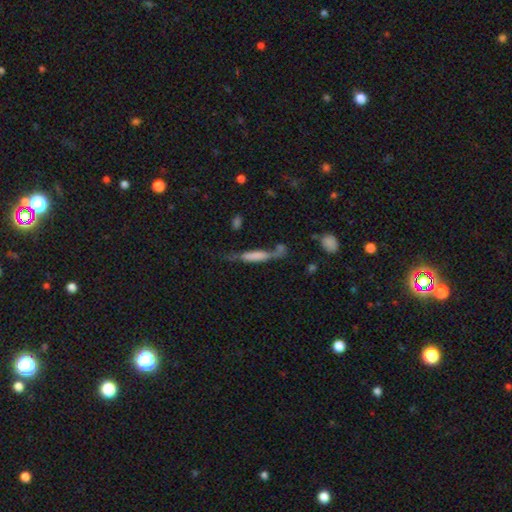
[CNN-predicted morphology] This is possibly a smooth galaxy (56%). How rounded: likely cigar-shaped (76%). Merging: marginally none (36%).